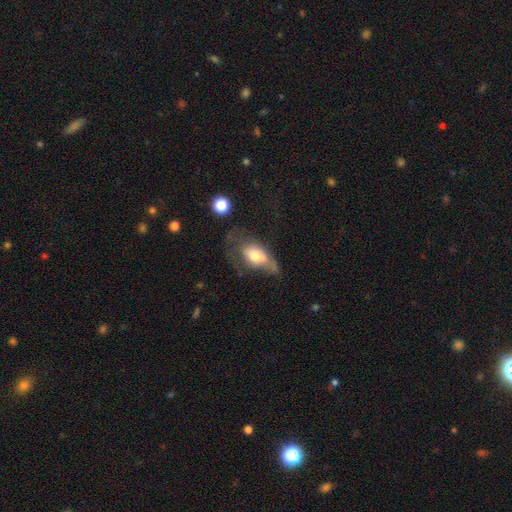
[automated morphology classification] Overall: smooth (62%; featured or disk 30%). How rounded: in between (88%). Merging: major disturbance (39%; minor disturbance 29%).